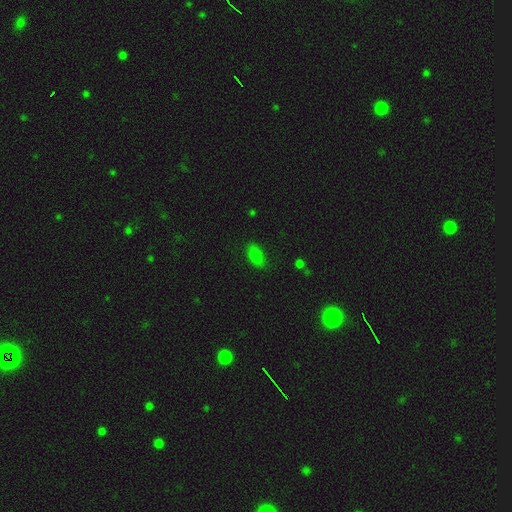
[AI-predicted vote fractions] Q: Smooth or featured?
A: smooth (77%); runner-up: star or artifact (14%)
Q: How rounded?
A: in between (88%); runner-up: round (8%)
Q: Merging?
A: none (81%); runner-up: minor disturbance (15%)